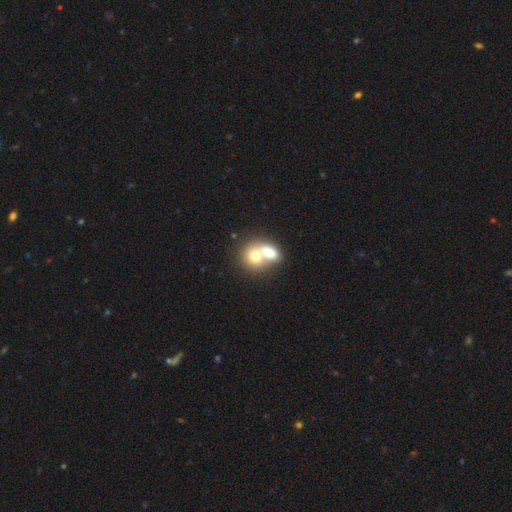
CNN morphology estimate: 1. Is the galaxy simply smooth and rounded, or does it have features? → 70% smooth, 21% featured or disk, 9% star or artifact.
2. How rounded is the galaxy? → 54% round, 44% in between, 1% cigar-shaped.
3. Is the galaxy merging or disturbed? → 72% merger, 20% none, 5% minor disturbance, 3% major disturbance.